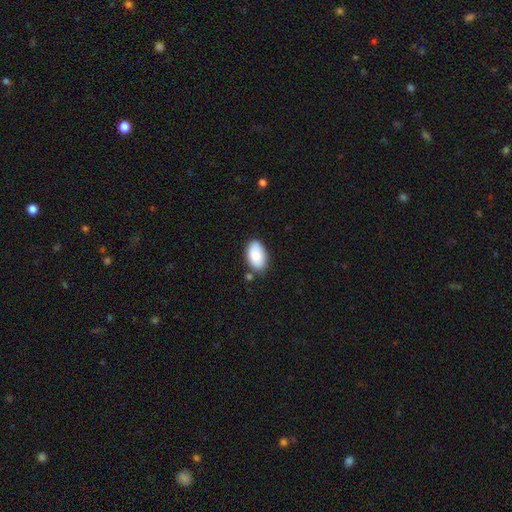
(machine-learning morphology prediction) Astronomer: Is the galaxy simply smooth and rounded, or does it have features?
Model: smooth — 79%.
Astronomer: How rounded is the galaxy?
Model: in between — 93%.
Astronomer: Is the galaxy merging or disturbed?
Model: none — 77%.